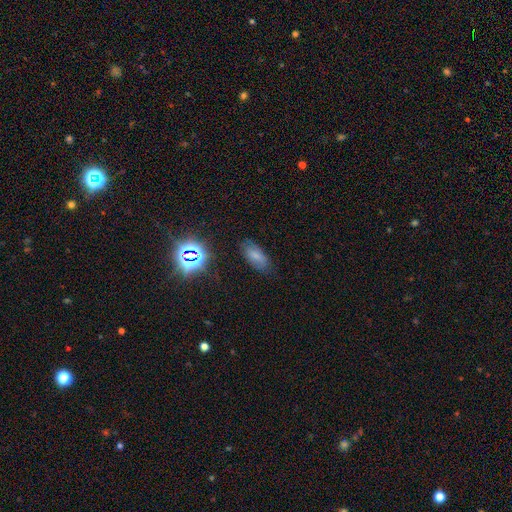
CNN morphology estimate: Smooth or featured?
  - smooth: 64% *
  - featured or disk: 19%
  - star or artifact: 17%
How rounded?
  - in between: 89% *
  - cigar-shaped: 7%
  - round: 4%
Merging?
  - none: 76% *
  - minor disturbance: 17%
  - major disturbance: 5%
  - merger: 2%